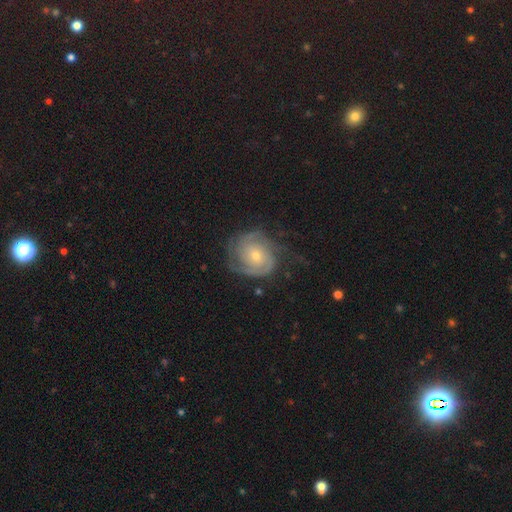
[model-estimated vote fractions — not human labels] Smooth or featured? Predicted: featured or disk (p=0.83). Edge-on disk? Predicted: no (p=0.98). Bar? Predicted: no (p=0.74). Spiral arms? Predicted: yes (p=0.96). Spiral winding? Predicted: tight (p=0.60). Spiral arm count? Predicted: 2 (p=0.52). Bulge size? Predicted: small (p=0.57). Merging? Predicted: none (p=0.66).